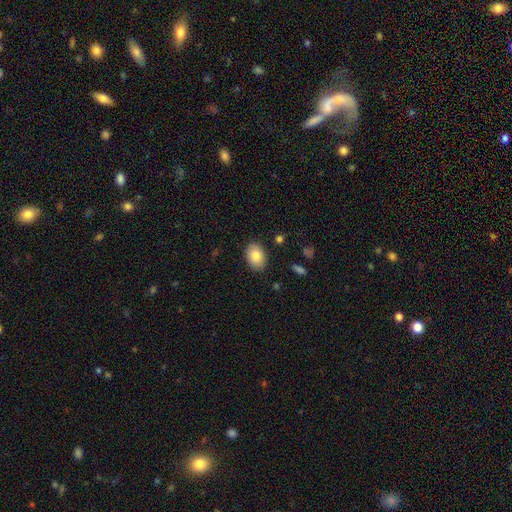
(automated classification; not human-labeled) Morphology: type=smooth (82%); roundness=in between (82%); merging=none (87%).